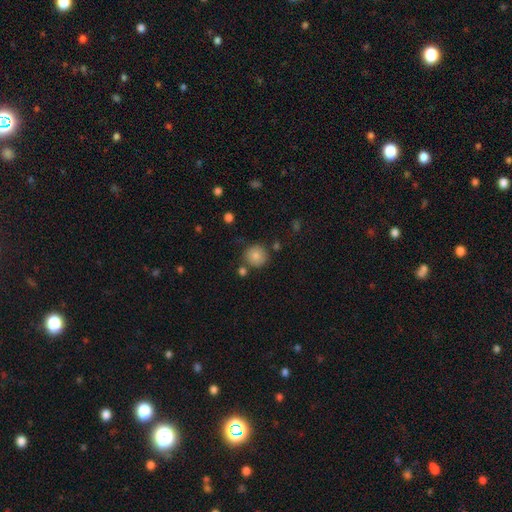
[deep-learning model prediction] Overall: smooth (83%). How rounded: round (92%). Merging: none (80%).